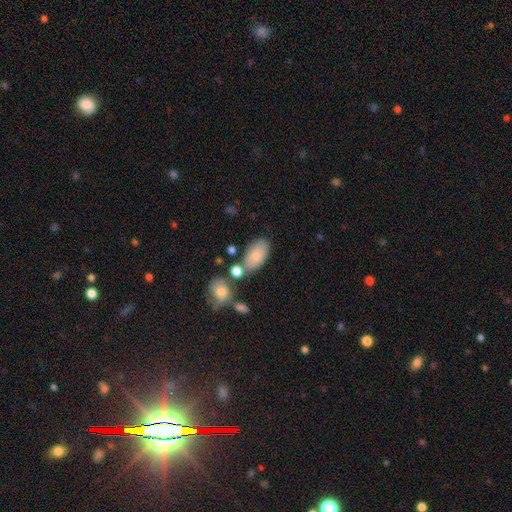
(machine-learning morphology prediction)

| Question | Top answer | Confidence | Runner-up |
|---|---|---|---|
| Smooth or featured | smooth | 80% | featured or disk (12%) |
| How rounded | in between | 93% | round (4%) |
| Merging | none | 65% | minor disturbance (17%) |